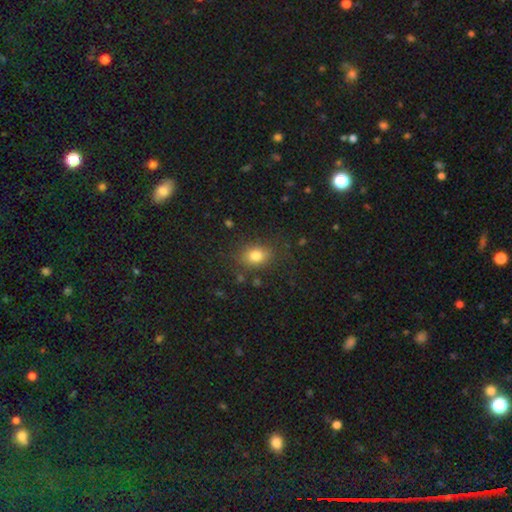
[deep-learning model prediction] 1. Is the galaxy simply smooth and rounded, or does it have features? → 80% smooth, 12% star or artifact, 8% featured or disk.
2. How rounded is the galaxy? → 58% in between, 40% round, 1% cigar-shaped.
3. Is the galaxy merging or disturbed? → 80% none, 13% minor disturbance, 5% major disturbance, 2% merger.